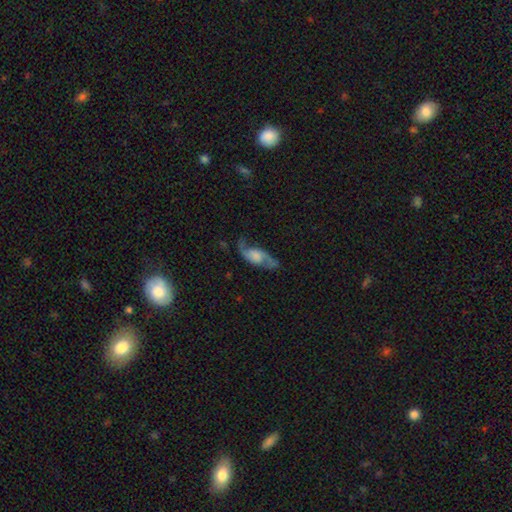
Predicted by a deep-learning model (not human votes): The model was most divided on "bulge size": large: 27%, none: 25%, moderate: 23%, small: 19%, dominant: 5%. More confident: spiral arms — yes (90%); spiral arm count — 2 (89%); edge-on disk — no (89%); smooth or featured — featured or disk (70%); spiral winding — loose (68%); bar — no (62%); merging — none (61%).